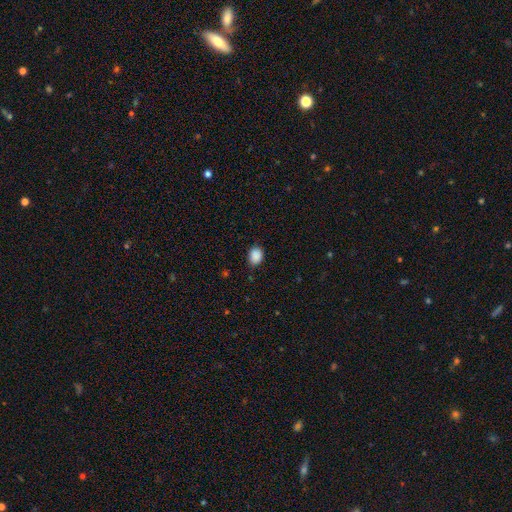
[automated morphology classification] smooth_or_featured: smooth (p=0.89) [alt: star or artifact p=0.08]
how_rounded: in between (p=0.67) [alt: round p=0.32]
merging: none (p=0.82) [alt: minor disturbance p=0.14]